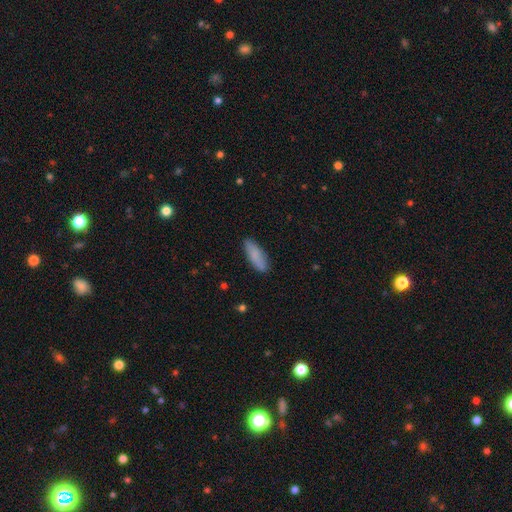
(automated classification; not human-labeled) This appears to be a smooth galaxy with no disk features (84%) that is in between round and cigar-shaped (53%). Merging: none (85%).